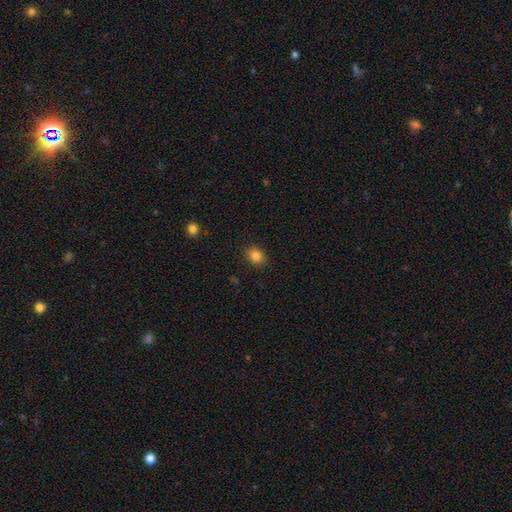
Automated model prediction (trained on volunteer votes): The model was most divided on "how rounded": in between: 58%, round: 41%, cigar-shaped: 1%. More confident: merging — none (88%); smooth or featured — smooth (83%).